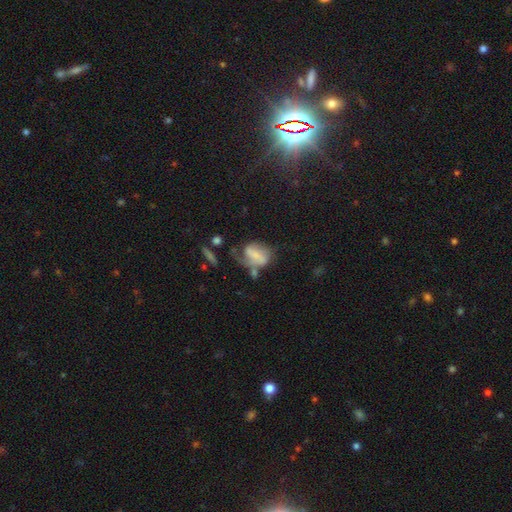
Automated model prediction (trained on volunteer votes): smooth_or_featured: featured or disk (p=0.48) [alt: smooth p=0.43]
merging: major disturbance (p=0.34) [alt: none p=0.30]